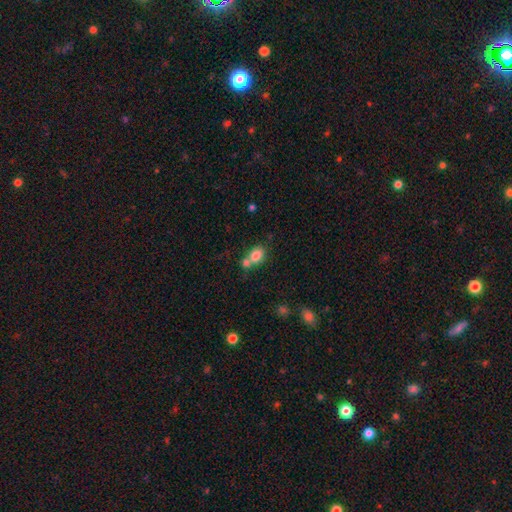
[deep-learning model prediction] This is clearly a smooth galaxy (81%). How rounded: likely in between (69%). Merging: possibly merger (46%).